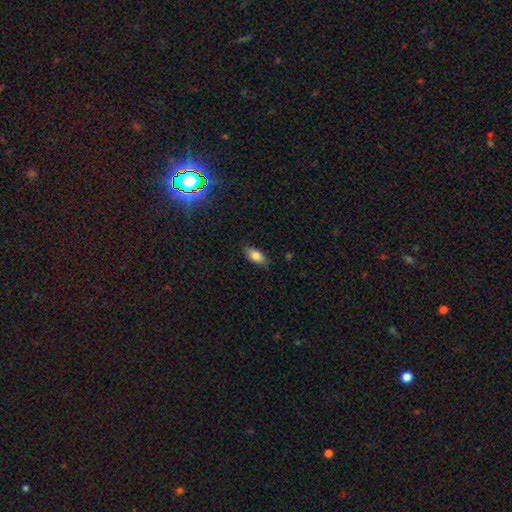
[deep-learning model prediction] A smooth galaxy with no disk features (82%) that is in between round and cigar-shaped (87%).

Vote fractions:
- Smooth or featured? smooth: 82% / featured or disk: 10% / star or artifact: 8%
- How rounded? in between: 87% / cigar-shaped: 10% / round: 3%
- Merging? none: 85% / minor disturbance: 12% / major disturbance: 2% / merger: 1%